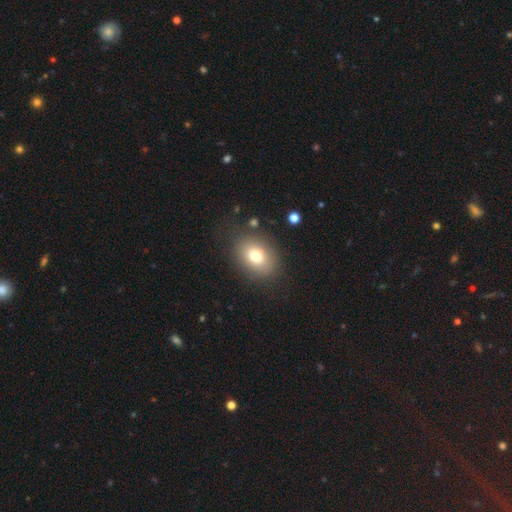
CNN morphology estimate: This is likely a smooth galaxy (75%). How rounded: likely in between (65%). Merging: likely none (80%).